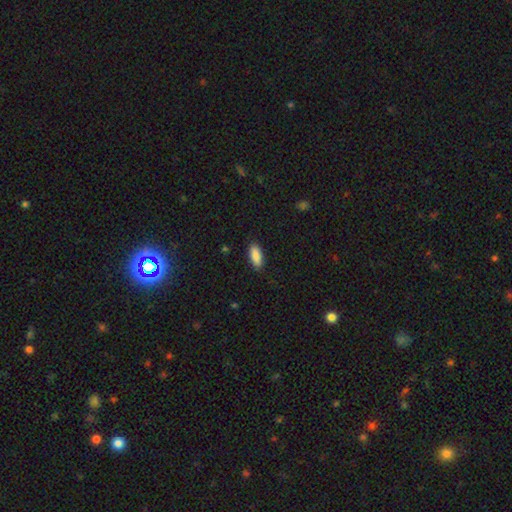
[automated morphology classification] type=smooth (89%); roundness=in between (81%); merging=none (88%).